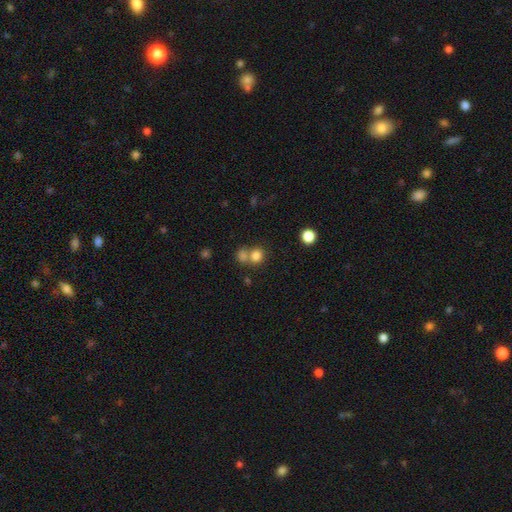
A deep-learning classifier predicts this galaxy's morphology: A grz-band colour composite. It shows a smooth galaxy with no disk features (79%) that is round (78%). Merging: none (46%).